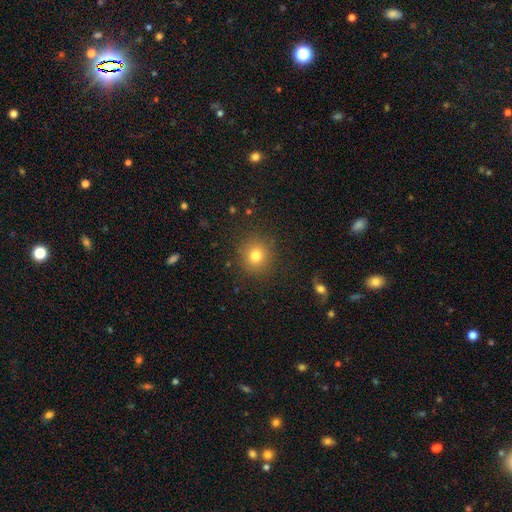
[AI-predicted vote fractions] Smooth or featured: smooth — 79% (star or artifact — 14%)
How rounded: round — 89% (in between — 10%)
Merging: none — 88% (minor disturbance — 7%)